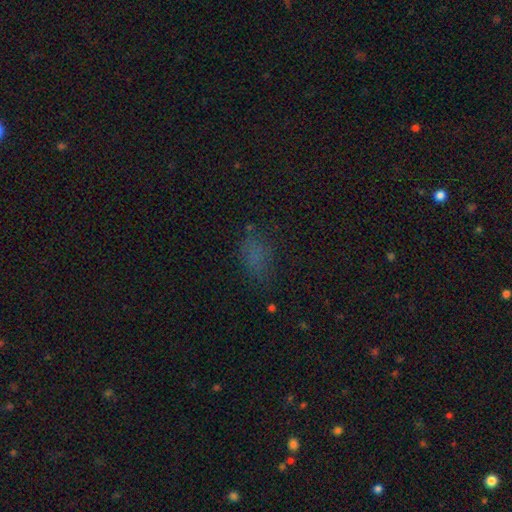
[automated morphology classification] This is likely a smooth galaxy (64%). How rounded: clearly in between (83%). Merging: likely none (66%).